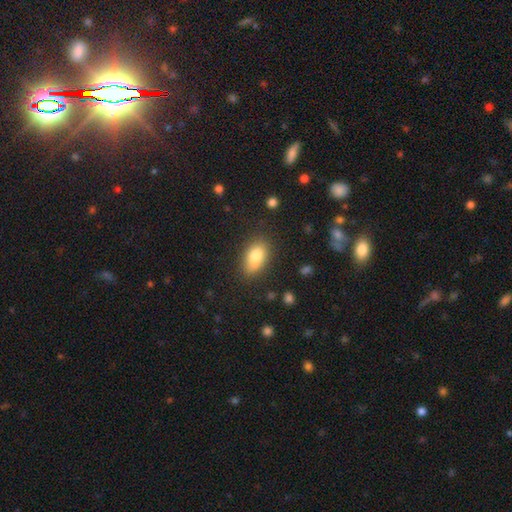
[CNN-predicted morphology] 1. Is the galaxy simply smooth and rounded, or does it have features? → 79% smooth, 12% featured or disk, 8% star or artifact.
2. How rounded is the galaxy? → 88% in between, 10% round, 3% cigar-shaped.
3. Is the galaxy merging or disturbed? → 74% none, 18% minor disturbance, 5% major disturbance, 3% merger.